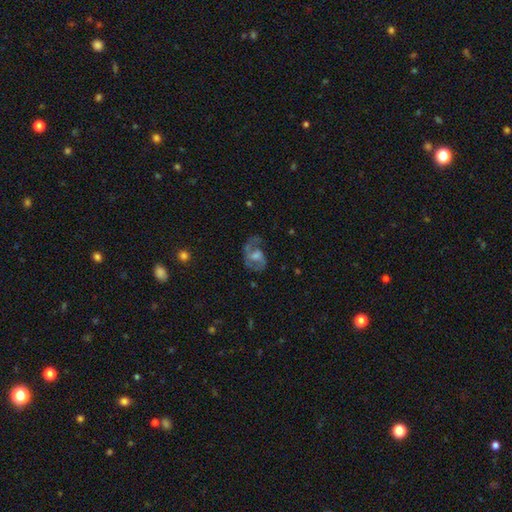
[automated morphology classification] The model was most divided on "bar": weak: 46%, no: 43%, strong: 12%. Remaining: edge-on disk — no (97%); spiral arms — yes (88%); smooth or featured — featured or disk (76%); spiral arm count — 2 (70%); merging — none (57%); spiral winding — medium (50%); bulge size — moderate (46%).